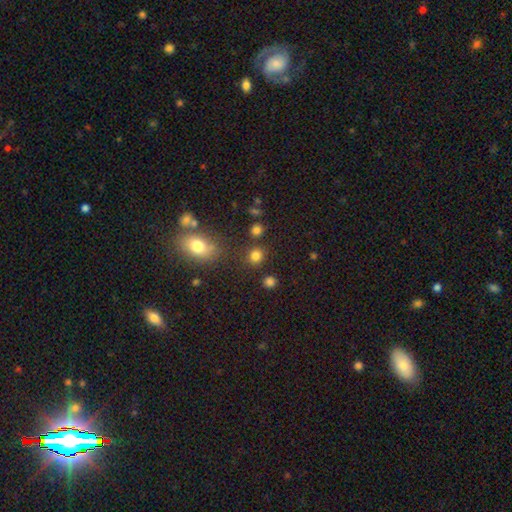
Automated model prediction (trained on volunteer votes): Overall: smooth (80%). How rounded: round (81%). Merging: none (81%).